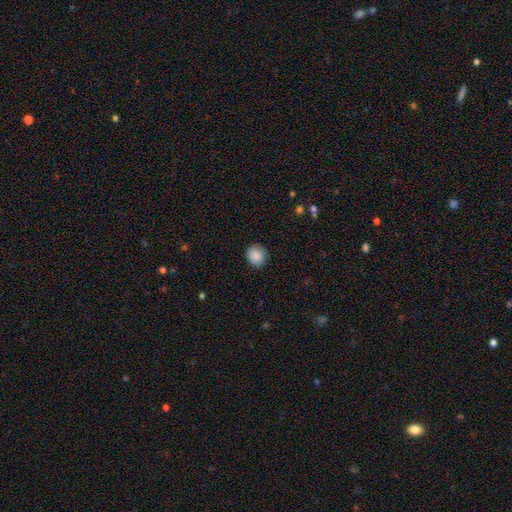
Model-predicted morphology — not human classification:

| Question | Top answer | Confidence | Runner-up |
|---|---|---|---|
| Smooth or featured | smooth | 88% | star or artifact (8%) |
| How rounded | round | 84% | in between (15%) |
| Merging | none | 89% | minor disturbance (8%) |